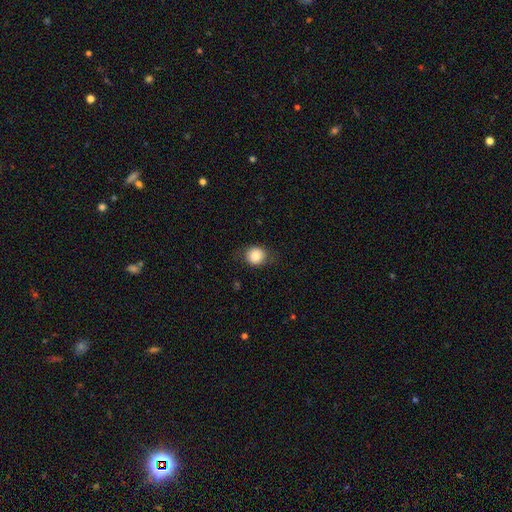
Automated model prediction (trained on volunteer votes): A smooth galaxy with no disk features (81%) that is round (82%).

Vote fractions:
- Smooth or featured? smooth: 81% / featured or disk: 10% / star or artifact: 9%
- How rounded? round: 82% / in between: 17% / cigar-shaped: 1%
- Merging? none: 81% / minor disturbance: 14% / major disturbance: 5% / merger: 1%